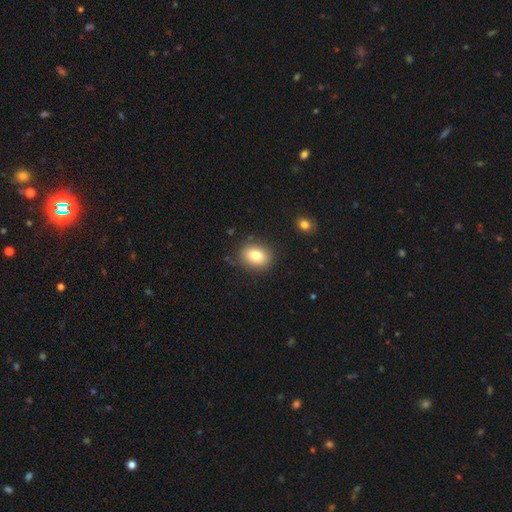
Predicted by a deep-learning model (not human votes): Smooth or featured? Predicted: smooth (p=0.82). How rounded? Predicted: in between (p=0.60). Merging? Predicted: none (p=0.85).